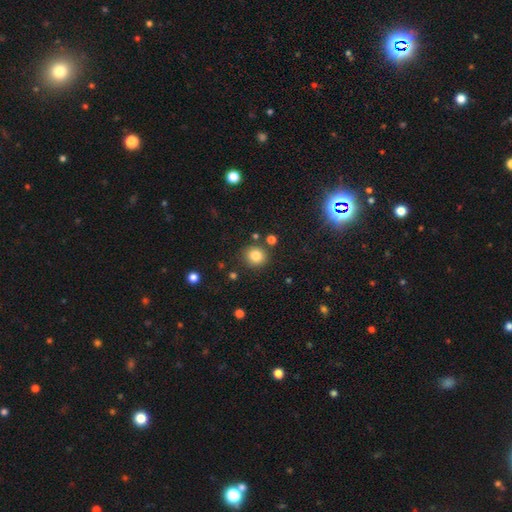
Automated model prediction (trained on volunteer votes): smooth-or-featured: smooth: 82% | star or artifact: 12% | featured or disk: 6%
  how-rounded: round: 86% | in between: 13% | cigar-shaped: 1%
  merging: none: 84% | minor disturbance: 8% | merger: 5% | major disturbance: 3%